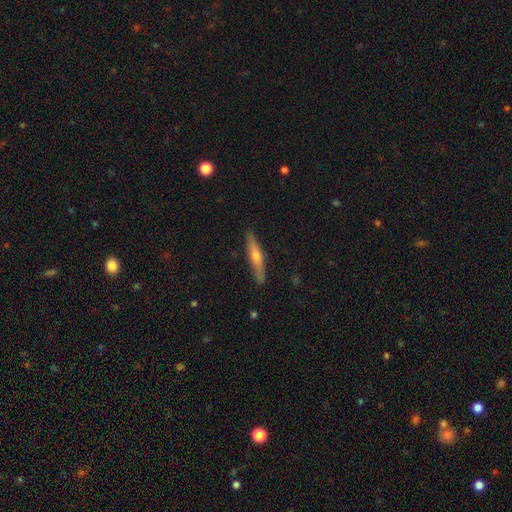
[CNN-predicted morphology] Smooth or featured?
  - featured or disk: 55% *
  - smooth: 39%
  - star or artifact: 6%
Edge-on disk?
  - yes: 92% *
  - no: 8%
Edge-on bulge?
  - rounded: 85% *
  - none: 11%
  - boxy: 4%
Merging?
  - none: 88% *
  - minor disturbance: 9%
  - major disturbance: 2%
  - merger: 1%